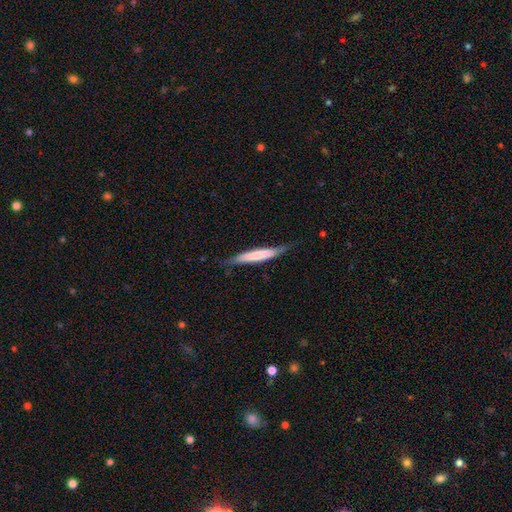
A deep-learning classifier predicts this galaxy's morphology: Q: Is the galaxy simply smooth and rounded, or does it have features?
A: smooth — 62%.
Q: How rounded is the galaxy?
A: cigar-shaped — 92%.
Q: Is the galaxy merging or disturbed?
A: none — 73%.